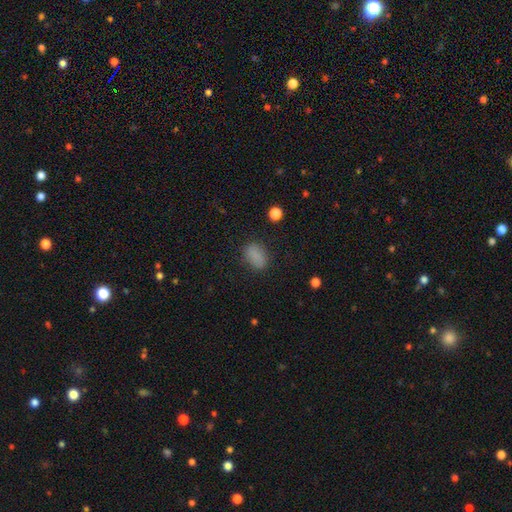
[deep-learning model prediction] This is clearly a smooth galaxy (84%). How rounded: clearly in between (84%). Merging: clearly none (82%).